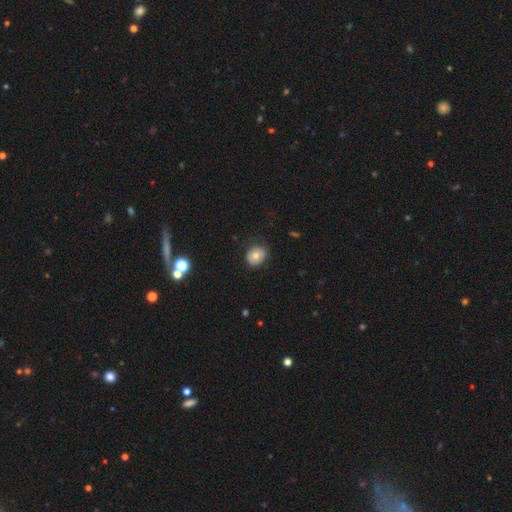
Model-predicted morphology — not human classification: Smooth or featured? smooth (68%)
How rounded? round (79%)
Merging? none (78%)